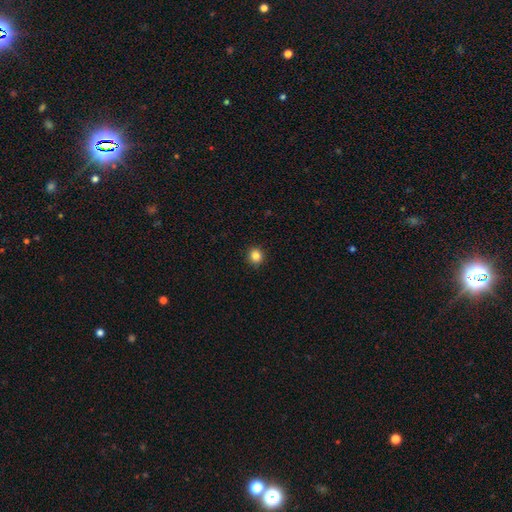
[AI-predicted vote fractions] This is clearly a smooth galaxy (84%). How rounded: clearly round (90%). Merging: clearly none (92%).